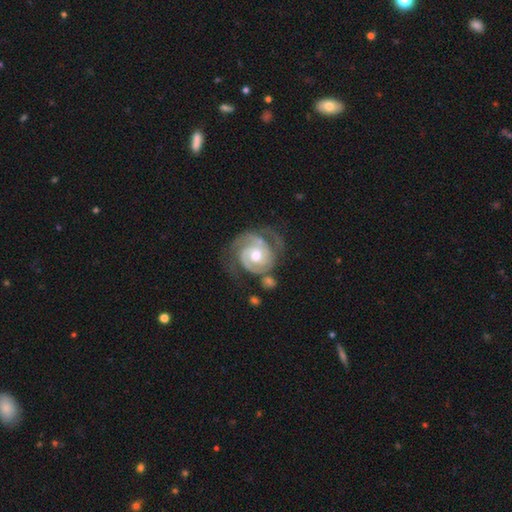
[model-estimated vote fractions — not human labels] smooth_or_featured: featured or disk (p=0.88) [alt: smooth p=0.09]
disk_edge_on: no (p=0.98) [alt: yes p=0.02]
bar: no (p=0.66) [alt: weak p=0.28]
has_spiral_arms: yes (p=0.96) [alt: no p=0.04]
spiral_winding: tight (p=0.63) [alt: medium p=0.30]
spiral_arm_count: 2 (p=0.62) [alt: can't tell p=0.12]
bulge_size: moderate (p=0.73) [alt: small p=0.13]
merging: none (p=0.54) [alt: minor disturbance p=0.21]